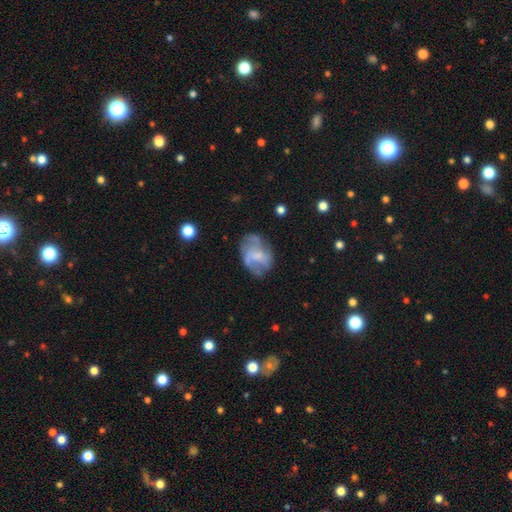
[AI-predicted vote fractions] Morphology: type=featured or disk (60%); edge-on=no (97%); bar=no (59%); spiral arms=yes (71%); bulge=none (39%); merging=none (55%).